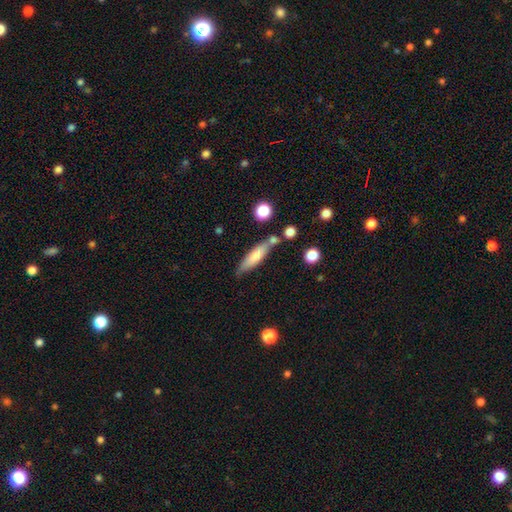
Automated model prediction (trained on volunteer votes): Smooth or featured: smooth — 71% (featured or disk — 23%)
How rounded: cigar-shaped — 72% (in between — 26%)
Merging: none — 65% (minor disturbance — 18%)